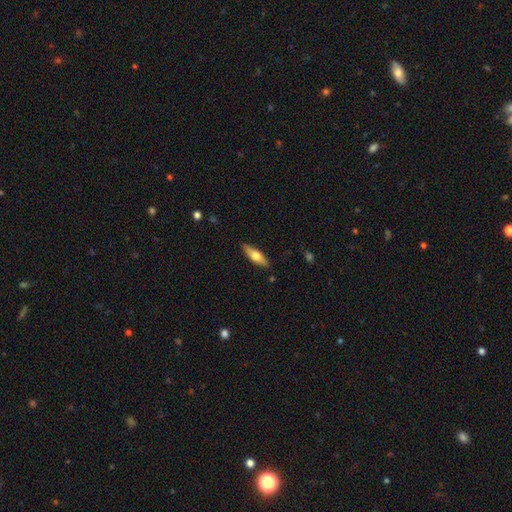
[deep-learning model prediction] smooth-or-featured: smooth: 52% | featured or disk: 43% | star or artifact: 6%
  how-rounded: cigar-shaped: 55% | in between: 42% | round: 2%
  merging: none: 88% | minor disturbance: 9% | major disturbance: 2% | merger: 1%